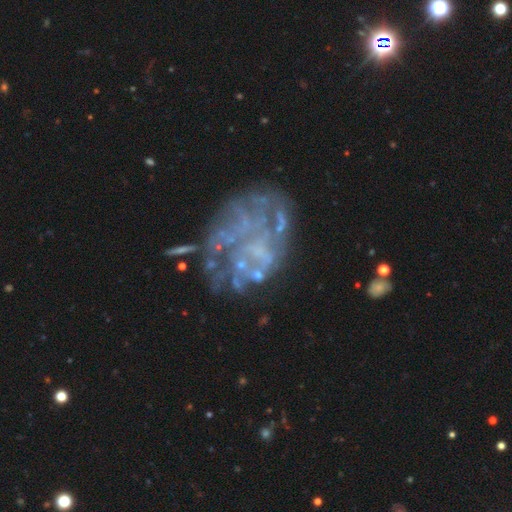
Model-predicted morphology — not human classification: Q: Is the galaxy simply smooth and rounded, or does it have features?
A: featured or disk — 73%.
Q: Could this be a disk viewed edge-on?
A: no — 98%.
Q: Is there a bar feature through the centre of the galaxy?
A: no — 87%.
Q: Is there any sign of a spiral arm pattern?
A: no — 71%.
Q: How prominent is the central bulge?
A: none — 76%.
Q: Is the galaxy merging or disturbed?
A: none — 48%.